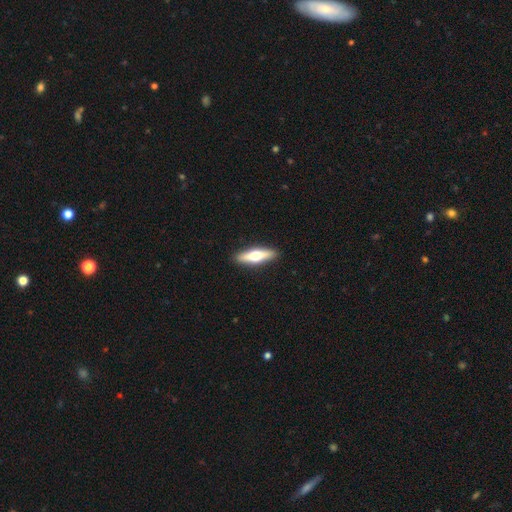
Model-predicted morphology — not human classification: featured or disk 50%, smooth 44%, star or artifact 5%. Down the decision tree: edge-on disk — yes (92%); merging — none (91%).